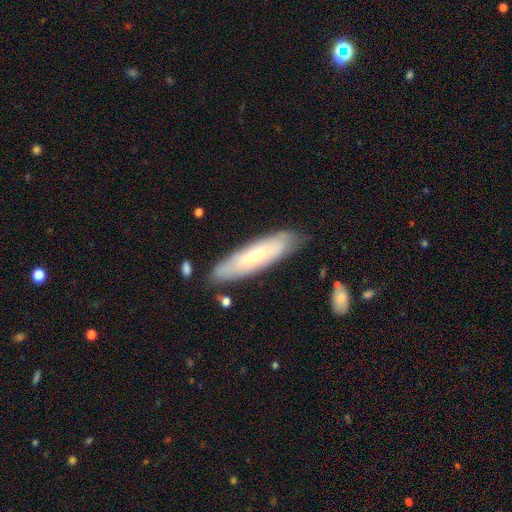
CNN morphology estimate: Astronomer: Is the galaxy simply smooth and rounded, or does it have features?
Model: smooth — 51% (runner-up: featured or disk, 43%).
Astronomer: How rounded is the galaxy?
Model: cigar-shaped — 66%.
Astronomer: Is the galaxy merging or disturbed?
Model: none — 80%.